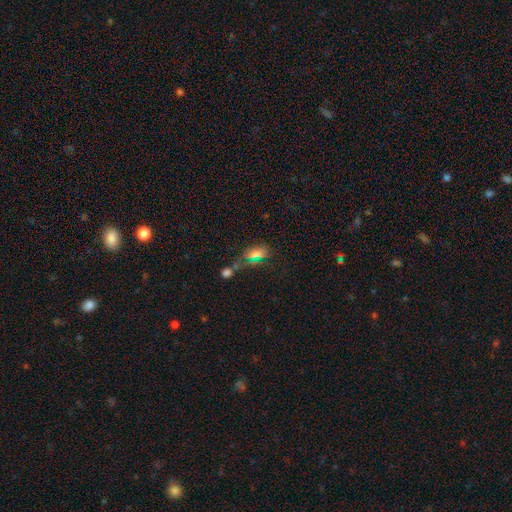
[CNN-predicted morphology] smooth-or-featured: smooth: 54% | star or artifact: 33% | featured or disk: 13%
  how-rounded: in between: 78% | round: 11% | cigar-shaped: 11%
  merging: none: 47% | merger: 23% | minor disturbance: 18% | major disturbance: 12%